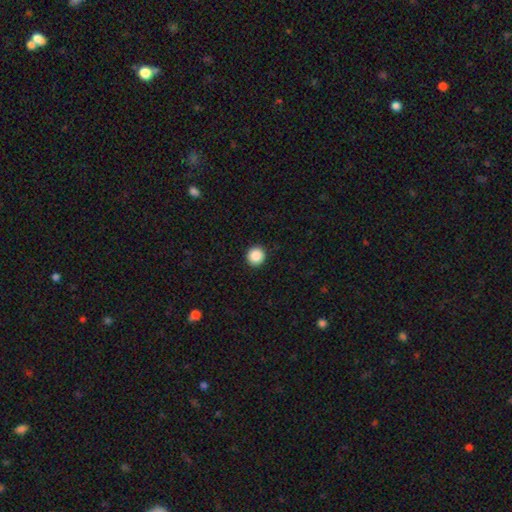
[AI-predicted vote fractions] Smooth or featured: smooth — 88% (star or artifact — 9%)
How rounded: round — 95% (in between — 4%)
Merging: none — 93% (minor disturbance — 4%)